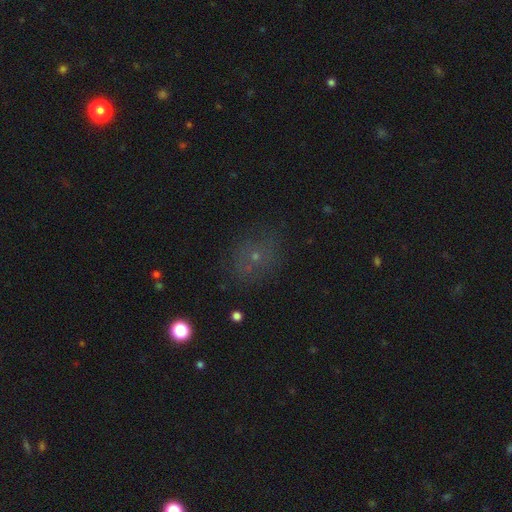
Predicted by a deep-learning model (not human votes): Morphology: type=smooth (50%); roundness=round (68%); merging=none (76%).